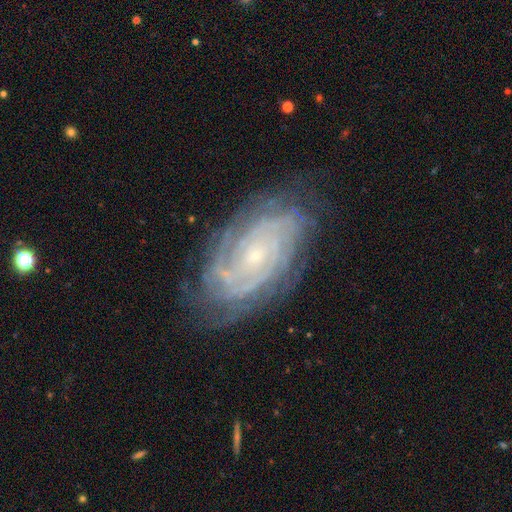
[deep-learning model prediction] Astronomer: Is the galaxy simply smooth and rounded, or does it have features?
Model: featured or disk — 88%.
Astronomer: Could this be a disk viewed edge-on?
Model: no — 96%.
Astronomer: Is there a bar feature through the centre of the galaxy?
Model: no — 75%.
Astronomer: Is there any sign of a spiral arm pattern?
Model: yes — 98%.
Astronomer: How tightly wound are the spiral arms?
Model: tight — 80%.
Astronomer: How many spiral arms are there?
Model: can't tell — 26% (runner-up: 4, 22%).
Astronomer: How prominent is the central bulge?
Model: small — 81%.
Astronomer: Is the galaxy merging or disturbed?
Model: none — 78%.